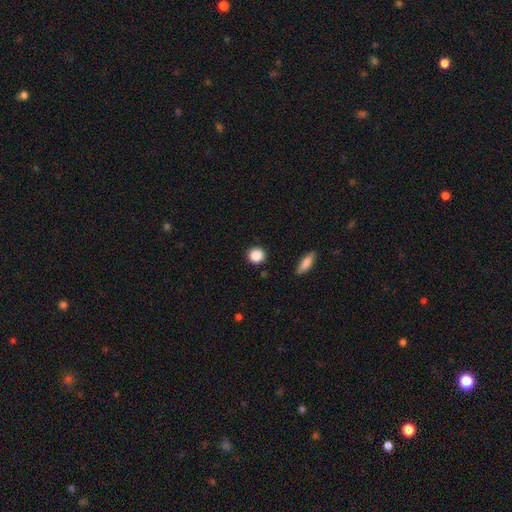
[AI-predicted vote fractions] A smooth galaxy with no disk features (88%) that is round (91%). Merging: none (89%).